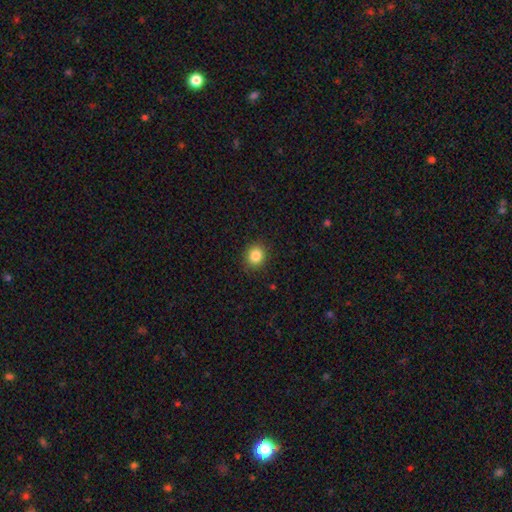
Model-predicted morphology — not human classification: Q: Smooth or featured?
A: smooth (85%); runner-up: star or artifact (10%)
Q: How rounded?
A: round (77%); runner-up: in between (22%)
Q: Merging?
A: none (88%); runner-up: minor disturbance (8%)